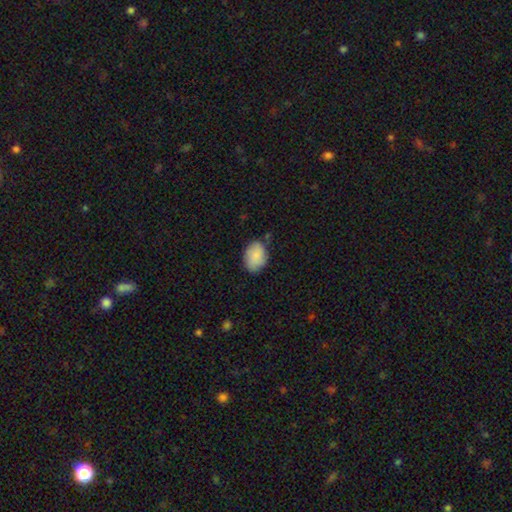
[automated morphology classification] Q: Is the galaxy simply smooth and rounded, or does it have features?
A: smooth — 84%.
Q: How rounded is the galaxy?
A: in between — 81%.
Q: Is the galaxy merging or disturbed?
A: none — 75%.